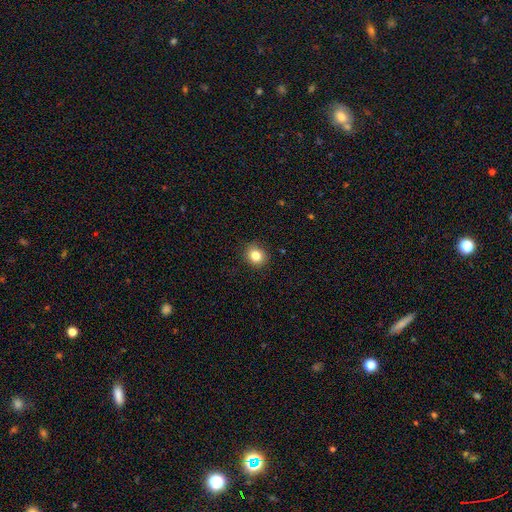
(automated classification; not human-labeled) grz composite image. It shows a smooth galaxy with no disk features (83%) that is round (80%). Merging: none (89%).